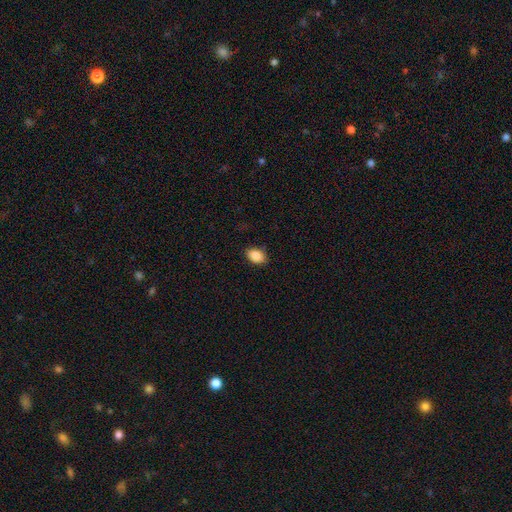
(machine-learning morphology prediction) type=smooth (89%); roundness=in between (87%); merging=none (87%).